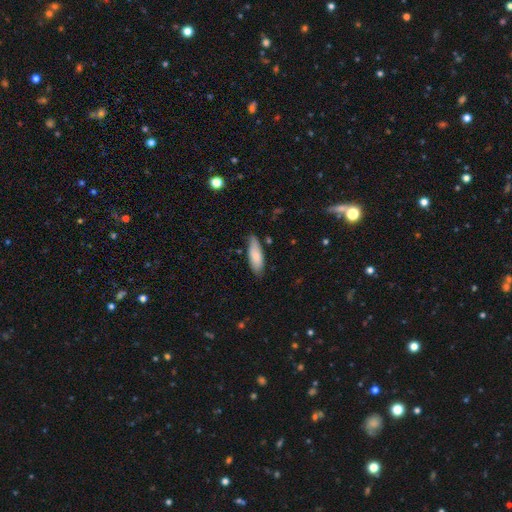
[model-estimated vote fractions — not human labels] A smooth galaxy with no disk features (79%) that is in between round and cigar-shaped (62%).

Vote fractions:
- Smooth or featured? smooth: 79% / featured or disk: 15% / star or artifact: 6%
- How rounded? in between: 62% / cigar-shaped: 36% / round: 2%
- Merging? none: 76% / minor disturbance: 19% / major disturbance: 3% / merger: 2%